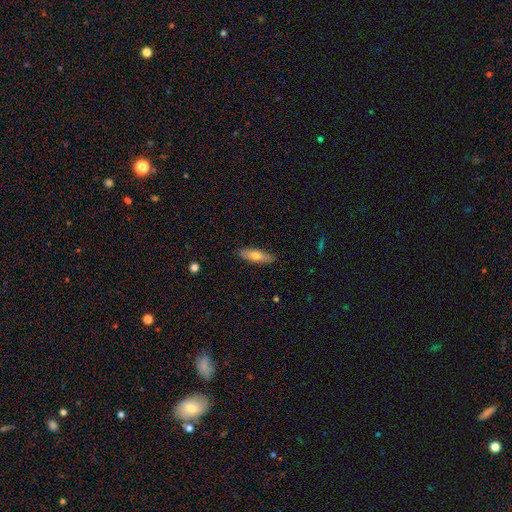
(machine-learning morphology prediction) smooth-or-featured: smooth: 66% | featured or disk: 28% | star or artifact: 6%
  how-rounded: cigar-shaped: 49% (tied) | in between: 49% (tied) | round: 2%
  merging: none: 88% | minor disturbance: 9% | major disturbance: 2% | merger: 1%